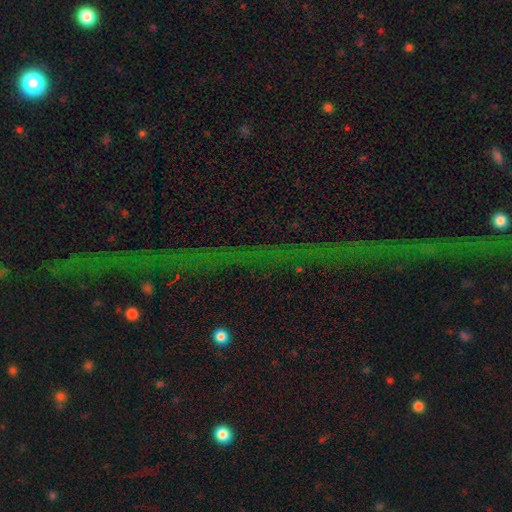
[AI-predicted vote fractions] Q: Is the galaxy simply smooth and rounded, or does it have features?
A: star or artifact — 76%.